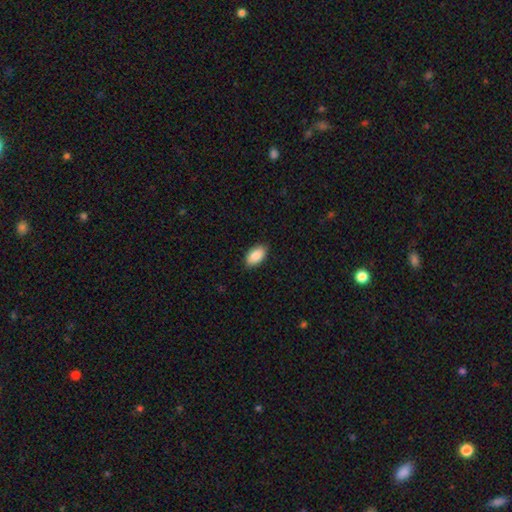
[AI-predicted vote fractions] smooth 88%, star or artifact 6%, featured or disk 6%. Down the decision tree: how rounded — in between (94%); merging — none (88%).